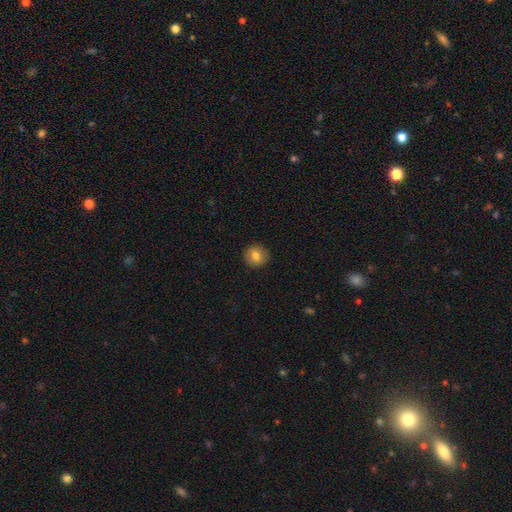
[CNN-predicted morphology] Smooth or featured?
  - smooth: 80% *
  - featured or disk: 11%
  - star or artifact: 9%
How rounded?
  - round: 89% *
  - in between: 10%
  - cigar-shaped: 1%
Merging?
  - none: 91% *
  - minor disturbance: 6%
  - major disturbance: 2%
  - merger: 1%